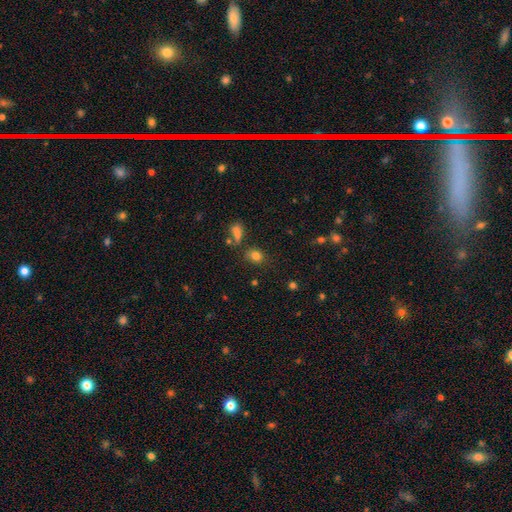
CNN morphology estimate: type=smooth (81%); roundness=in between (50%); merging=none (77%).